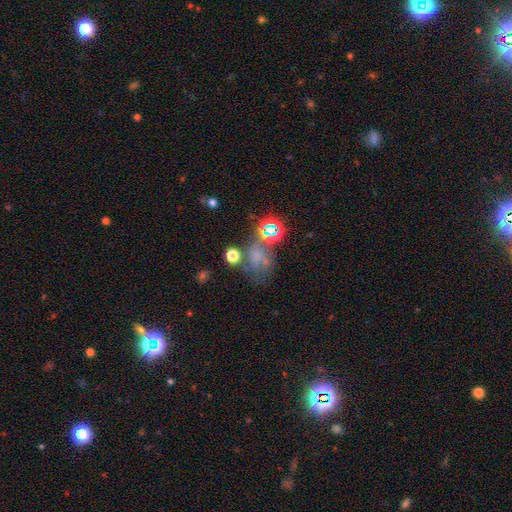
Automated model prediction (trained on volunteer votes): Q: Smooth or featured?
A: smooth (44%); runner-up: star or artifact (36%)
Q: Merging?
A: none (40%); runner-up: merger (22%)